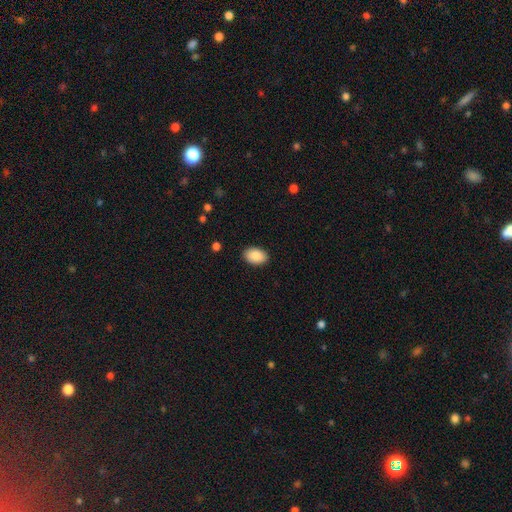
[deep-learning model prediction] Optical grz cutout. It shows a smooth galaxy with no disk features (90%) that is in between round and cigar-shaped (90%). Merging: none (89%).